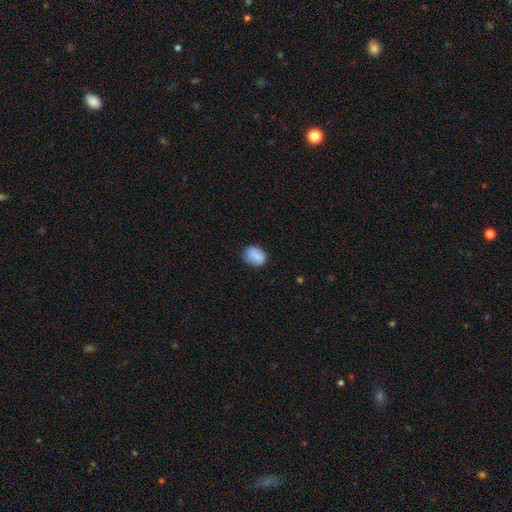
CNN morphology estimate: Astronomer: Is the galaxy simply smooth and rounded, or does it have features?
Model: smooth — 85%.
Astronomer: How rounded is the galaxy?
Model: in between — 58% (runner-up: round, 41%).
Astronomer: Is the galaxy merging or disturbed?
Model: none — 73%.